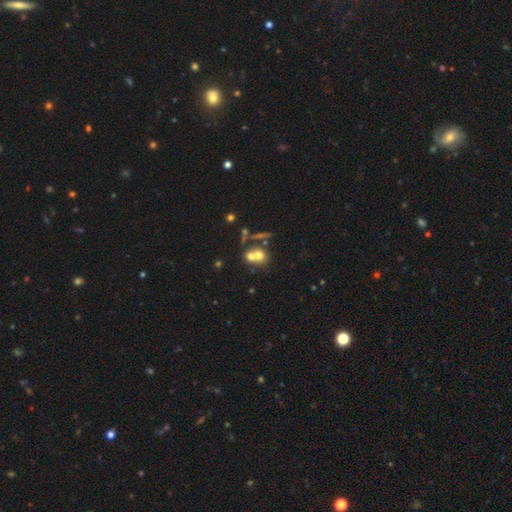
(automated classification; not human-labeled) Q: Smooth or featured?
A: smooth (61%); runner-up: featured or disk (25%)
Q: How rounded?
A: round (68%); runner-up: in between (30%)
Q: Merging?
A: merger (53%); runner-up: none (34%)